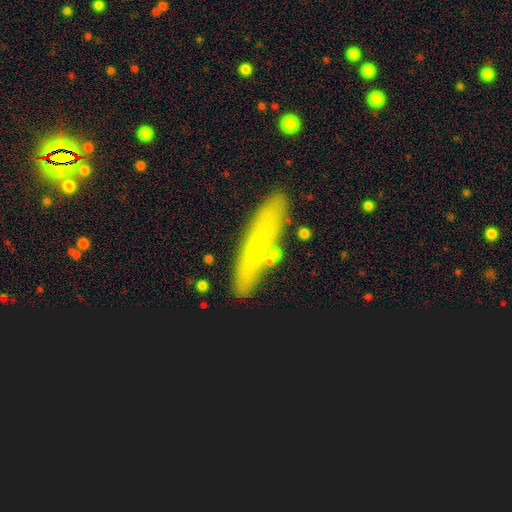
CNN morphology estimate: Smooth or featured: smooth — 49% (featured or disk — 35%)
Merging: none — 84% (minor disturbance — 10%)